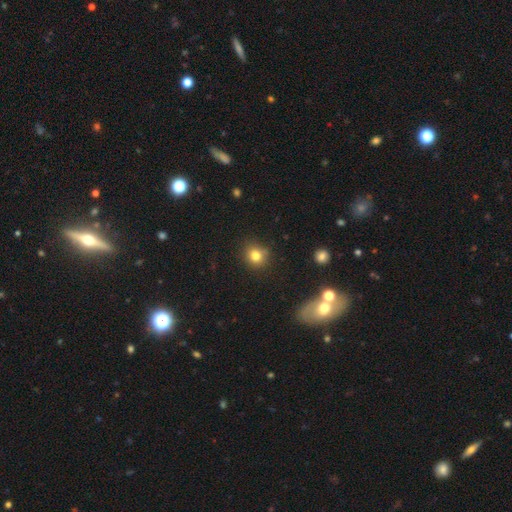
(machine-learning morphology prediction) smooth-or-featured: smooth: 80% | star or artifact: 13% | featured or disk: 7%
  how-rounded: round: 87% | in between: 12% | cigar-shaped: 1%
  merging: none: 86% | minor disturbance: 10% | major disturbance: 3% | merger: 2%